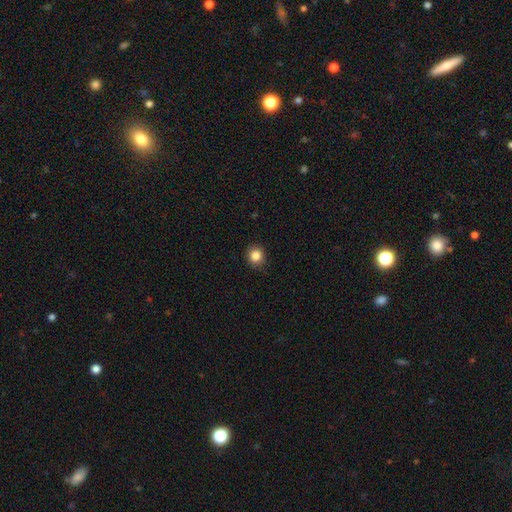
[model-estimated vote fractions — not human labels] smooth_or_featured: smooth (p=0.85) [alt: star or artifact p=0.11]
how_rounded: round (p=0.87) [alt: in between p=0.12]
merging: none (p=0.88) [alt: minor disturbance p=0.09]